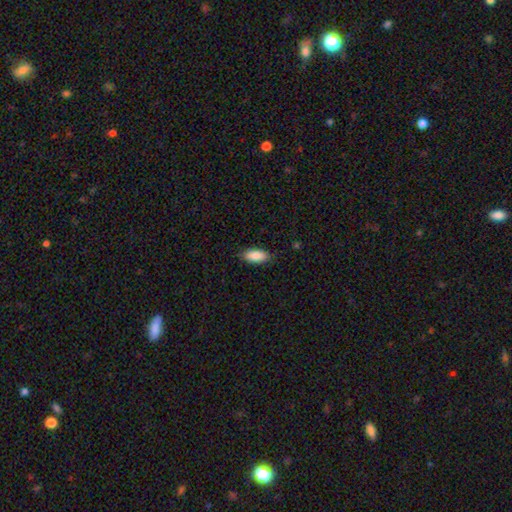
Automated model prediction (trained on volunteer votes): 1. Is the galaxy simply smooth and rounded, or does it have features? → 88% smooth, 6% featured or disk, 6% star or artifact.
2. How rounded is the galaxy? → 88% in between, 10% cigar-shaped, 2% round.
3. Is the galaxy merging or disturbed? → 86% none, 11% minor disturbance, 2% major disturbance, 1% merger.